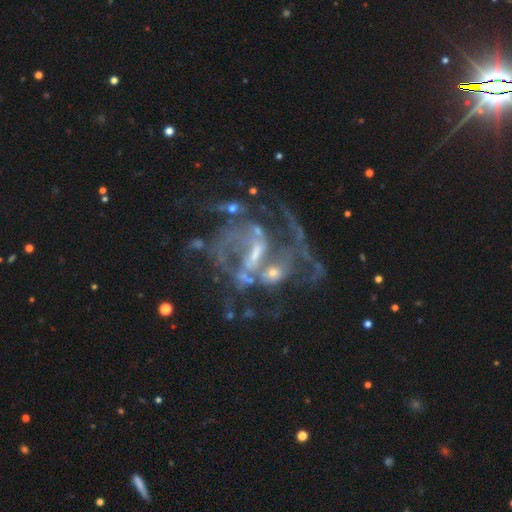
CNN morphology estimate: smooth-or-featured: featured or disk: 85% | star or artifact: 10% | smooth: 5%
  disk-edge-on: no: 97% | yes: 3%
    bar: weak: 42% | strong: 35% | no: 22%
    has-spiral-arms: yes: 85% | no: 15%
      spiral-winding: medium: 48% | loose: 27% | tight: 25%
      spiral-arm-count: 2: 42% | can't tell: 26% | 3: 15% | 1: 7% | 4: 6% | more than 4: 5%
    bulge-size: small: 45% | moderate: 26% | none: 25% | large: 3% | dominant: 1%
  merging: none: 35% | major disturbance: 34% | merger: 17% | minor disturbance: 14%